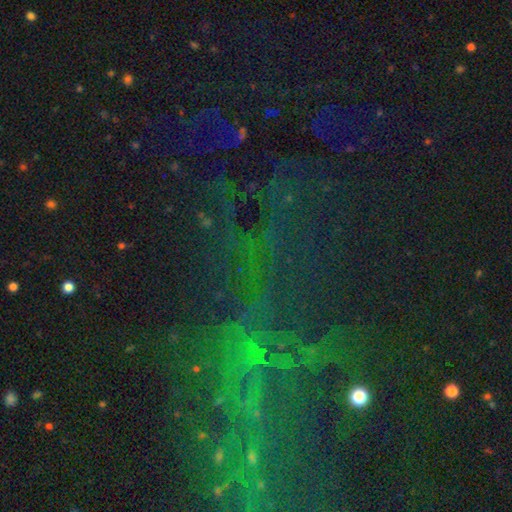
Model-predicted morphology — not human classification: smooth_or_featured: star or artifact (p=0.70) [alt: smooth p=0.15]